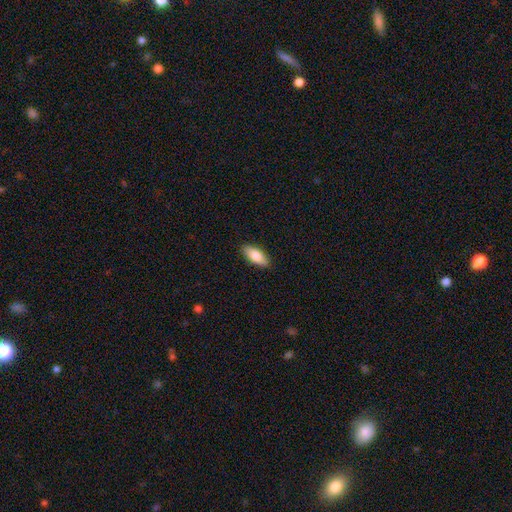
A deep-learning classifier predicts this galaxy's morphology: smooth-or-featured: smooth: 83% | featured or disk: 11% | star or artifact: 6%
  how-rounded: in between: 81% | cigar-shaped: 16% | round: 2%
  merging: none: 89% | minor disturbance: 9% | major disturbance: 2% | merger: 1%